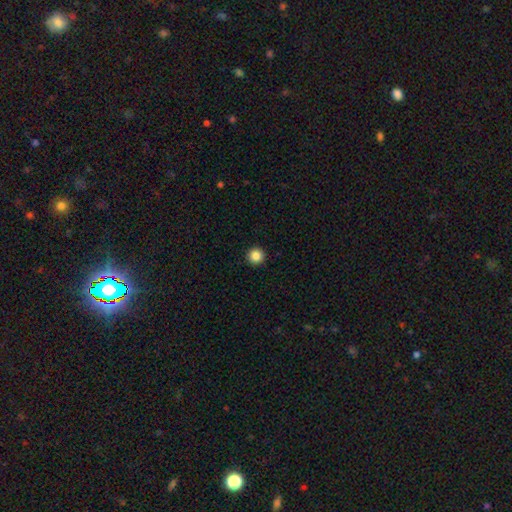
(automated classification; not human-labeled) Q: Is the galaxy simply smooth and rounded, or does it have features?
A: smooth — 86%.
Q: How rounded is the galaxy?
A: round — 97%.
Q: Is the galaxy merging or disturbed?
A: none — 94%.